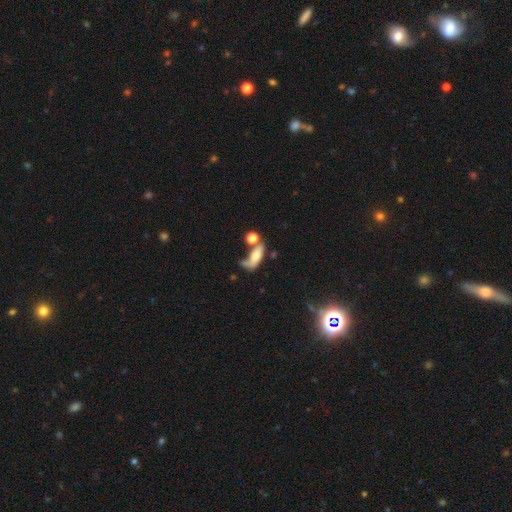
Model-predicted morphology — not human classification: A smooth galaxy with no disk features (61%) that is in between round and cigar-shaped (69%). Merging: merger (31%).